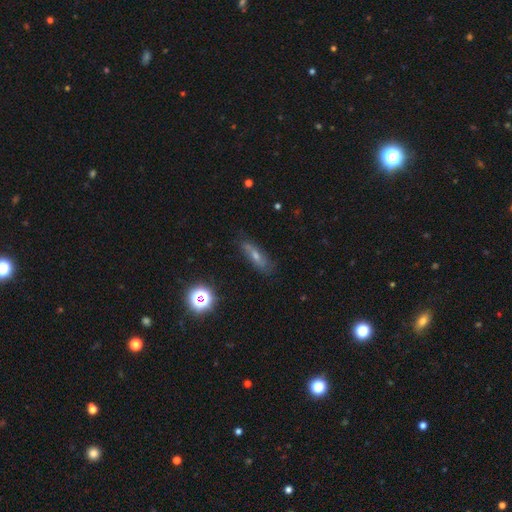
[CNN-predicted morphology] Q: Smooth or featured?
A: featured or disk (45%); runner-up: smooth (39%)
Q: Merging?
A: none (74%); runner-up: minor disturbance (18%)